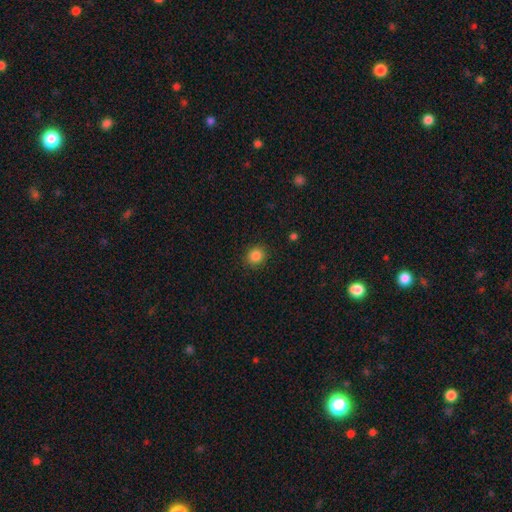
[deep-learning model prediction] Smooth or featured: smooth — 85% (star or artifact — 11%)
How rounded: round — 77% (in between — 22%)
Merging: none — 90% (minor disturbance — 7%)